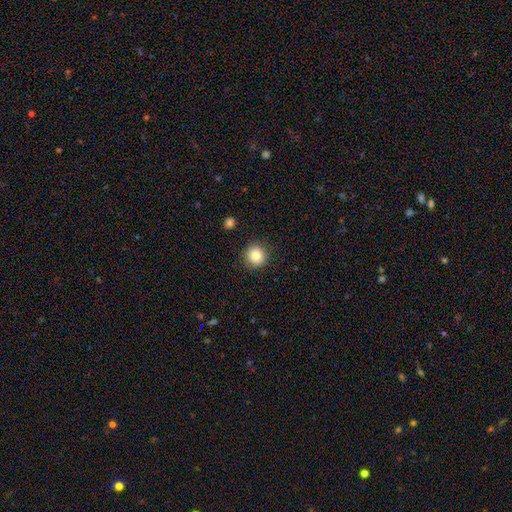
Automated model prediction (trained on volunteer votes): A smooth galaxy with no disk features (83%) that is round (93%).

Vote fractions:
- Smooth or featured? smooth: 83% / star or artifact: 10% / featured or disk: 7%
- How rounded? round: 93% / in between: 6% / cigar-shaped: 1%
- Merging? none: 90% / minor disturbance: 7% / major disturbance: 2% / merger: 1%